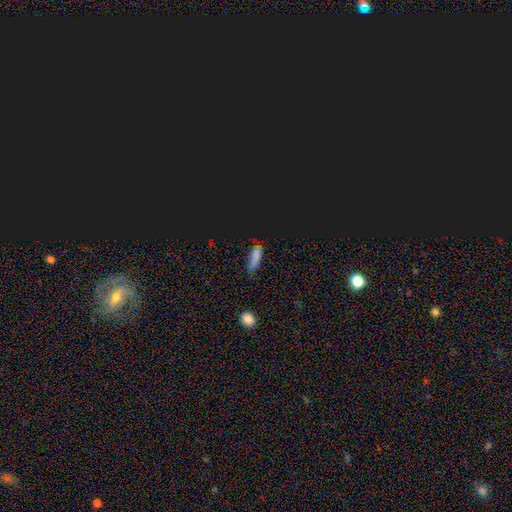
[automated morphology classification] smooth 61%, star or artifact 31%, featured or disk 8%. Down the decision tree: how rounded — in between (48%); merging — none (52%).